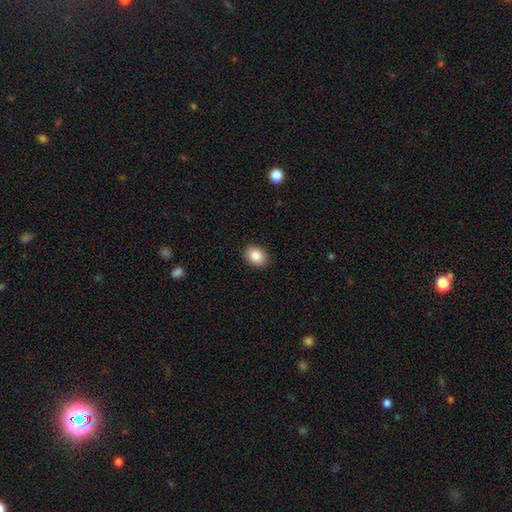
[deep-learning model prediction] Smooth or featured?
  - smooth: 87% *
  - star or artifact: 8%
  - featured or disk: 5%
How rounded?
  - in between: 71% *
  - round: 28%
  - cigar-shaped: 1%
Merging?
  - none: 90% *
  - minor disturbance: 7%
  - major disturbance: 2%
  - merger: 1%